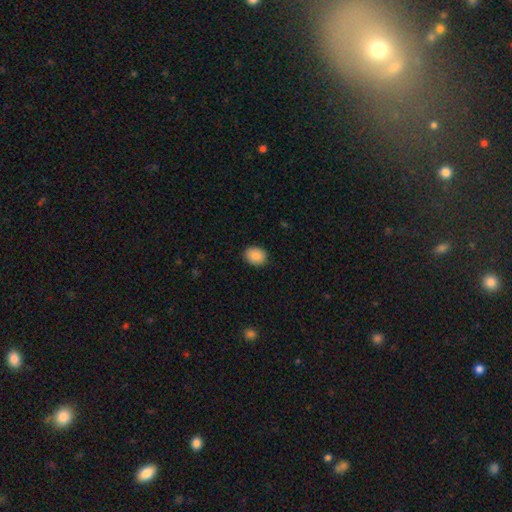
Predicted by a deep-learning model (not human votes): A smooth galaxy with no disk features (87%) that is round (51%).

Vote fractions:
- Smooth or featured? smooth: 87% / star or artifact: 7% / featured or disk: 5%
- How rounded? round: 51% / in between: 48% / cigar-shaped: 1%
- Merging? none: 89% / minor disturbance: 8% / major disturbance: 2% / merger: 1%